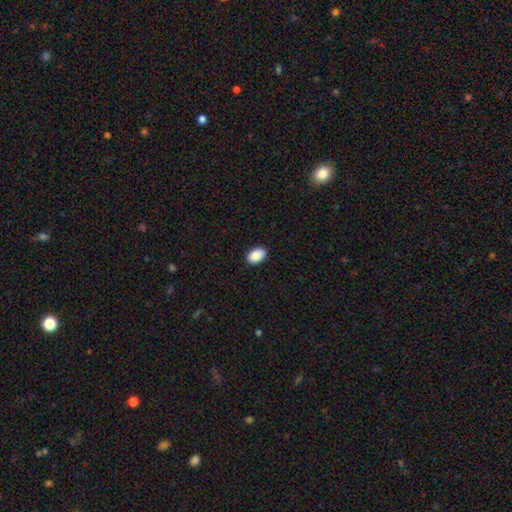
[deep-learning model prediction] A smooth galaxy with no disk features (88%) that is in between round and cigar-shaped (89%).

Vote fractions:
- Smooth or featured? smooth: 88% / star or artifact: 7% / featured or disk: 5%
- How rounded? in between: 89% / round: 10% / cigar-shaped: 1%
- Merging? none: 89% / minor disturbance: 8% / major disturbance: 2% / merger: 1%